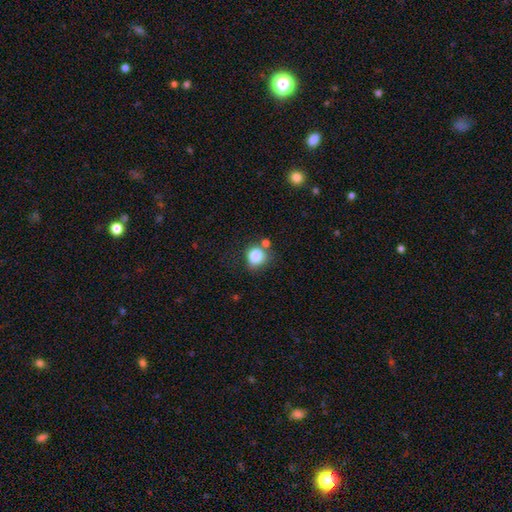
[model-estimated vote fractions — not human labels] The model was most divided on "merging": none: 58%, minor disturbance: 18%, merger: 17%, major disturbance: 7%. More confident: smooth or featured — smooth (83%); how rounded — round (75%).